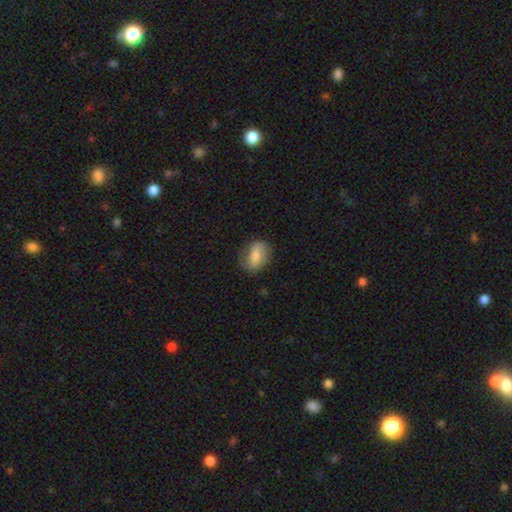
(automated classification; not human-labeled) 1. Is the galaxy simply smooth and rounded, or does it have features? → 59% smooth, 33% featured or disk, 7% star or artifact.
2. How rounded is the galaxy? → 70% in between, 27% round, 3% cigar-shaped.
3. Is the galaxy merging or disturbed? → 73% none, 20% minor disturbance, 6% major disturbance, 1% merger.